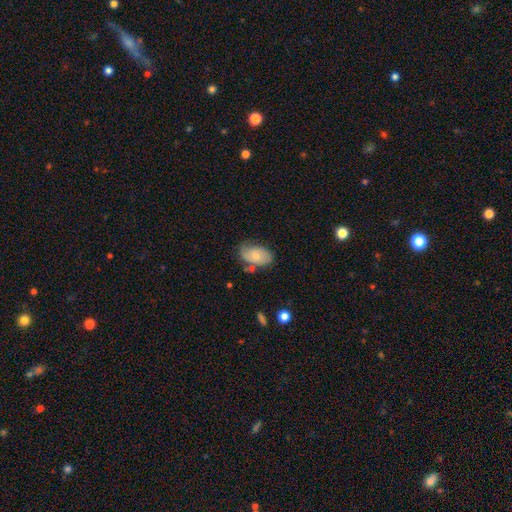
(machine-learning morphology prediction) The model was most divided on "merging": none: 59%, minor disturbance: 27%, major disturbance: 8%, merger: 6%. More confident: how rounded — in between (91%); smooth or featured — smooth (64%).